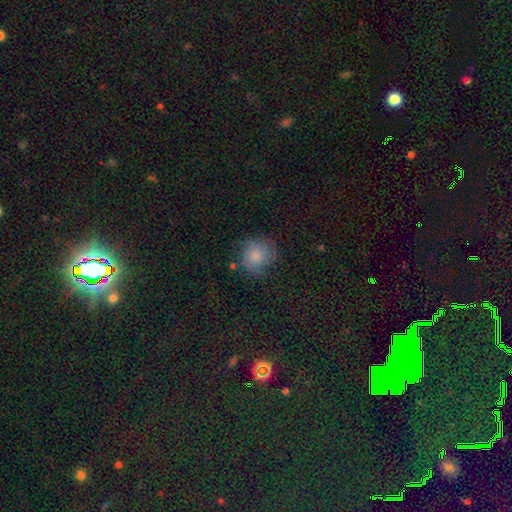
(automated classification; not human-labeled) Smooth or featured? Predicted: smooth (p=0.76). How rounded? Predicted: round (p=0.85). Merging? Predicted: none (p=0.67).